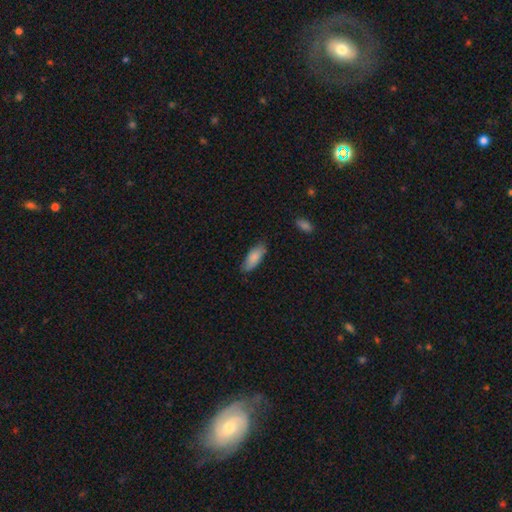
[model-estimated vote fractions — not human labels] Overall: smooth (83%). How rounded: in between (73%). Merging: none (79%).